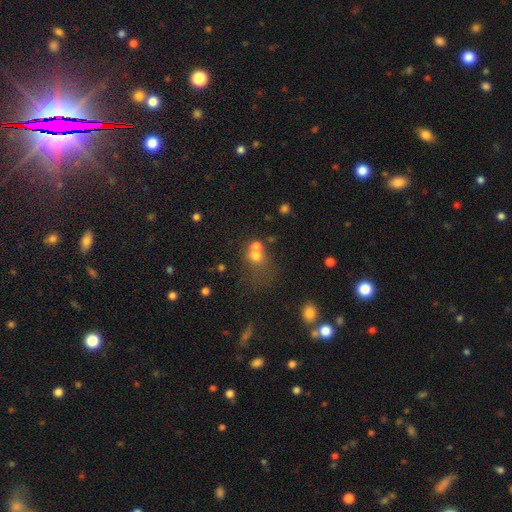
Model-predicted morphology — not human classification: Smooth or featured?
  - smooth: 64% *
  - featured or disk: 18%
  - star or artifact: 18%
How rounded?
  - round: 68% *
  - in between: 31%
  - cigar-shaped: 1%
Merging?
  - merger: 53% *
  - none: 30%
  - minor disturbance: 9%
  - major disturbance: 8%